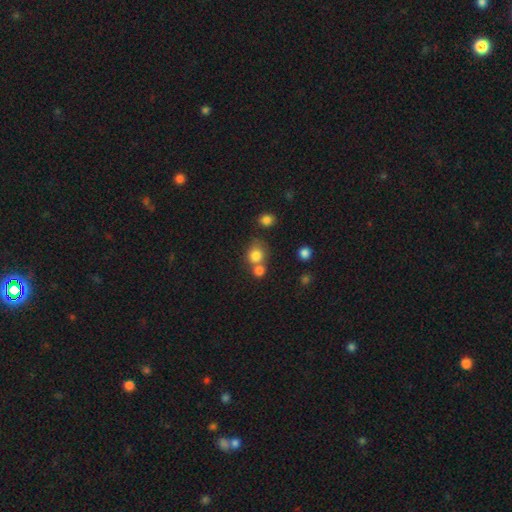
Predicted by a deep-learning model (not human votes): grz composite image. It shows a smooth galaxy with no disk features (80%) that is round (79%). Merging: none (48%).